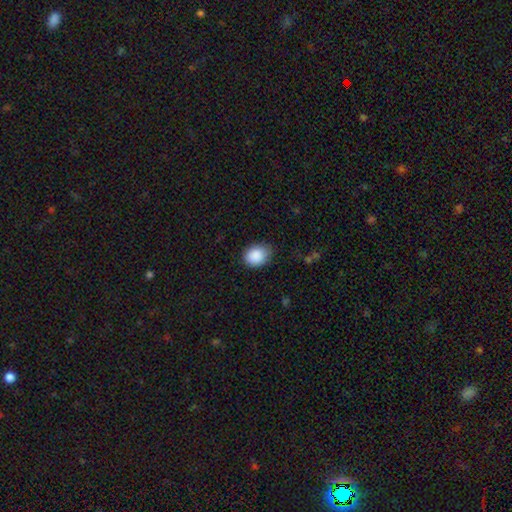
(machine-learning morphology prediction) A smooth galaxy with no disk features (89%) that is in between round and cigar-shaped (52%).

Vote fractions:
- Smooth or featured? smooth: 89% / star or artifact: 8% / featured or disk: 3%
- How rounded? in between: 52% / round: 48% / cigar-shaped: 1%
- Merging? none: 78% / minor disturbance: 17% / major disturbance: 3% / merger: 1%